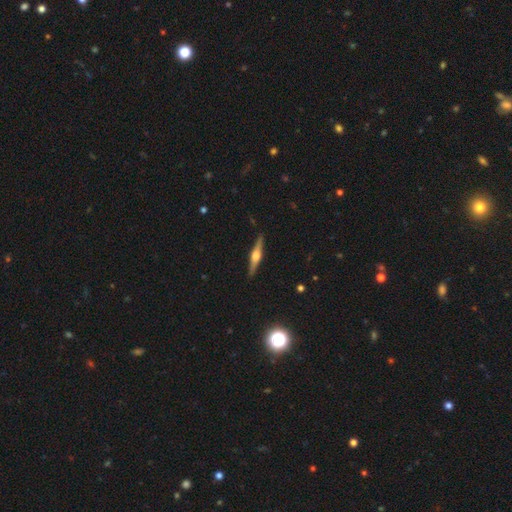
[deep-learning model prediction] The model was most divided on "smooth or featured": featured or disk: 77%, smooth: 18%, star or artifact: 6%. More confident: edge-on disk — yes (98%); merging — none (91%); edge-on bulge — rounded (90%).